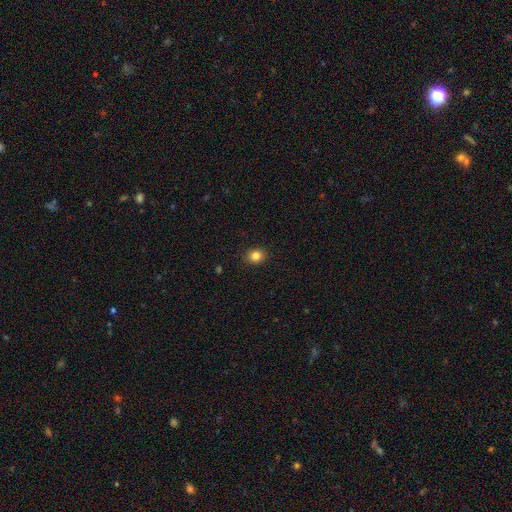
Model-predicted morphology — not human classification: Overall: smooth (83%). How rounded: round (66%; in between 33%). Merging: none (90%).